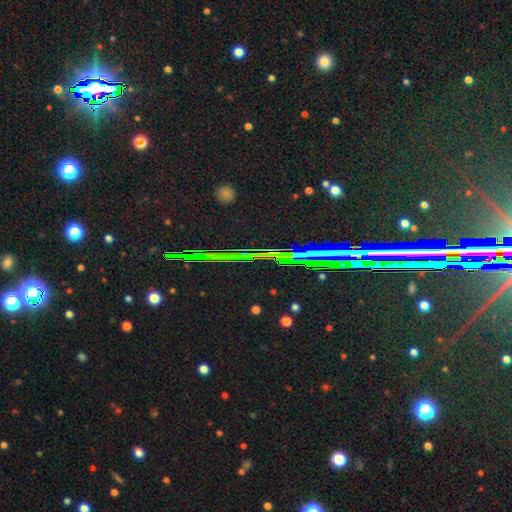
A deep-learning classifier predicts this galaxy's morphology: Smooth or featured? Predicted: star or artifact (p=0.82).